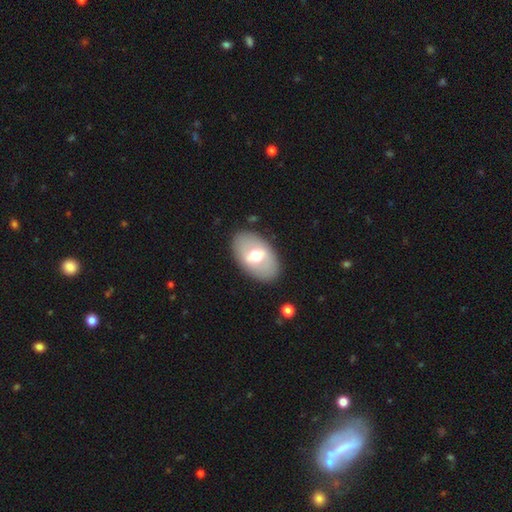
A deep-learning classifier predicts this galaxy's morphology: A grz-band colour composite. It shows a smooth galaxy with no disk features (50%) that is in between round and cigar-shaped (89%). Merging: none (86%).